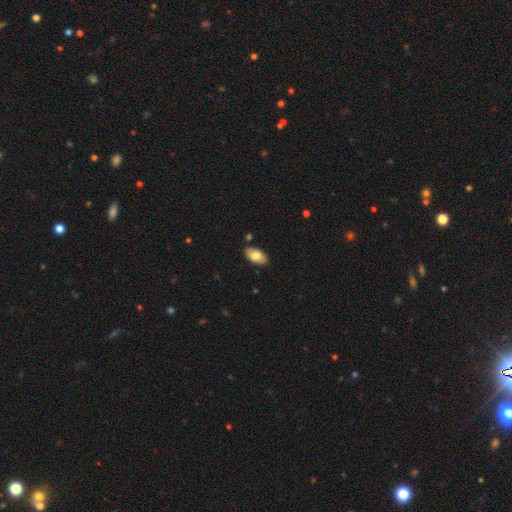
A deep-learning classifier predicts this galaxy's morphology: Q: Smooth or featured?
A: smooth (78%); runner-up: featured or disk (15%)
Q: How rounded?
A: in between (95%); runner-up: round (3%)
Q: Merging?
A: none (87%); runner-up: minor disturbance (10%)